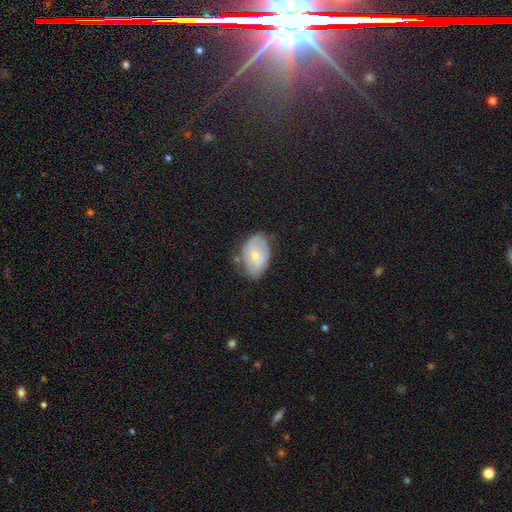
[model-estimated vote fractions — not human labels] Q: Smooth or featured?
A: smooth (54%); runner-up: featured or disk (39%)
Q: How rounded?
A: in between (86%); runner-up: round (13%)
Q: Merging?
A: none (61%); runner-up: minor disturbance (29%)